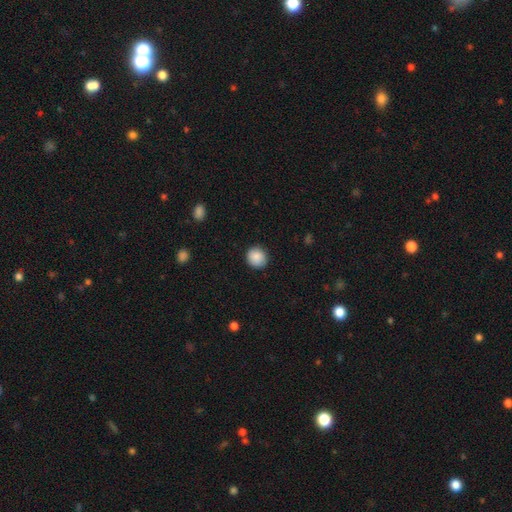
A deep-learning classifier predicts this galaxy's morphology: smooth-or-featured: smooth: 88% | star or artifact: 8% | featured or disk: 4%
  how-rounded: round: 90% | in between: 9% | cigar-shaped: 1%
  merging: none: 90% | minor disturbance: 7% | major disturbance: 2% | merger: 1%